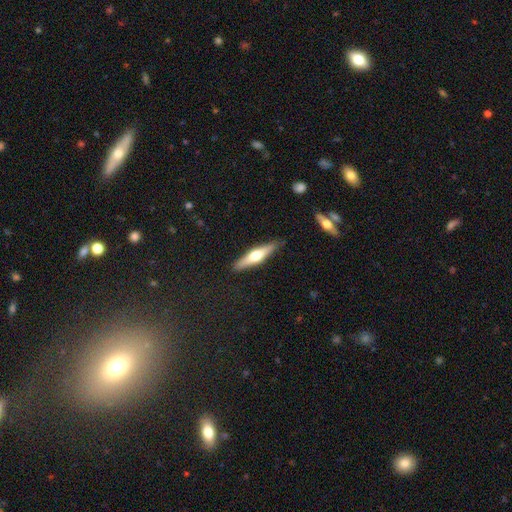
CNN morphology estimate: The model was most divided on "smooth or featured": featured or disk: 56%, smooth: 39%, star or artifact: 5%. More confident: edge-on disk — yes (94%); edge-on bulge — rounded (92%); merging — none (87%).